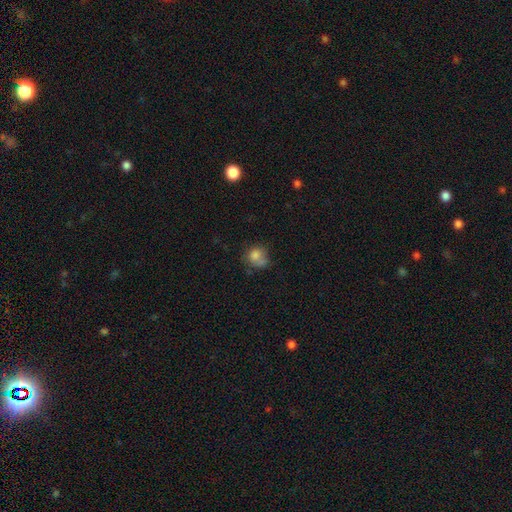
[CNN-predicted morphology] This appears to be a smooth galaxy with no disk features (77%) that is round (70%). Merging: none (42%).